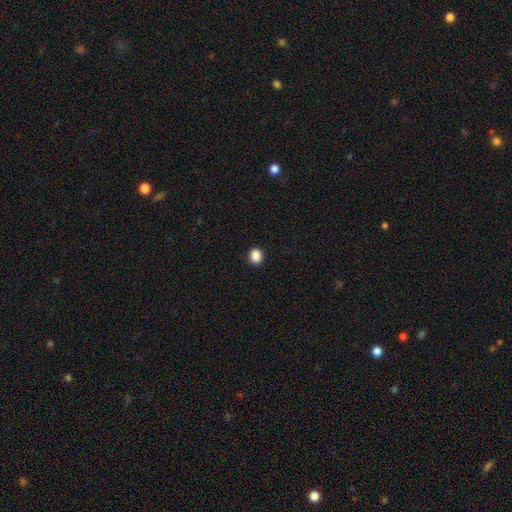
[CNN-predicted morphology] Smooth or featured?
  - smooth: 88% *
  - star or artifact: 9%
  - featured or disk: 3%
How rounded?
  - round: 58% *
  - in between: 41%
  - cigar-shaped: 1%
Merging?
  - none: 91% *
  - minor disturbance: 6%
  - major disturbance: 2%
  - merger: 1%